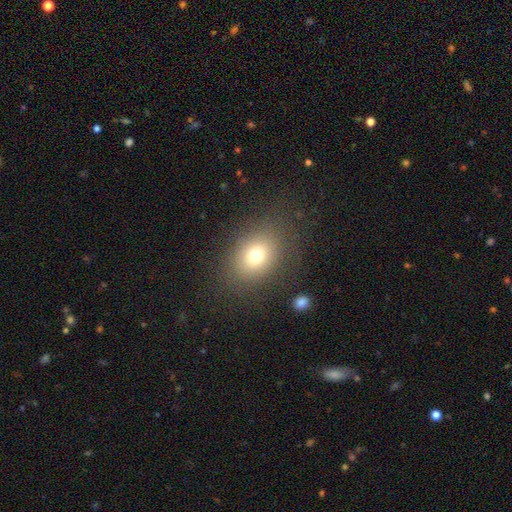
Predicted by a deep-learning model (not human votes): smooth_or_featured: smooth (p=0.72) [alt: star or artifact p=0.14]
how_rounded: in between (p=0.58) [alt: round p=0.41]
merging: none (p=0.81) [alt: minor disturbance p=0.11]